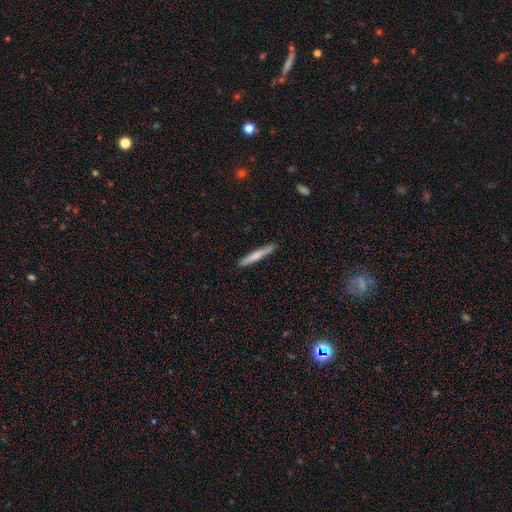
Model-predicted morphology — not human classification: smooth 70%, featured or disk 25%, star or artifact 5%. Down the decision tree: how rounded — cigar-shaped (96%); merging — none (89%).